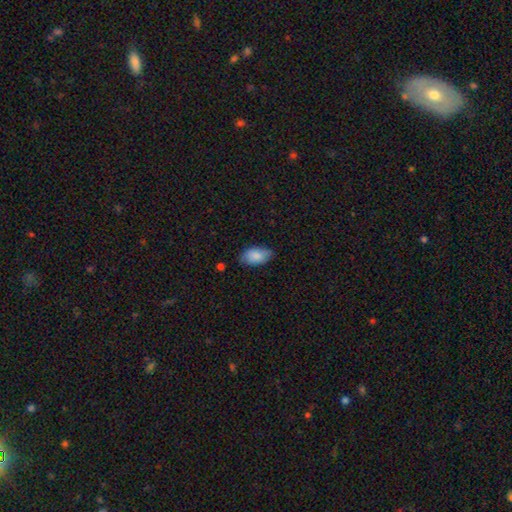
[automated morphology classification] A smooth galaxy with no disk features (86%) that is in between round and cigar-shaped (94%).

Vote fractions:
- Smooth or featured? smooth: 86% / featured or disk: 8% / star or artifact: 6%
- How rounded? in between: 94% / round: 4% / cigar-shaped: 2%
- Merging? none: 76% / minor disturbance: 20% / major disturbance: 3% / merger: 1%